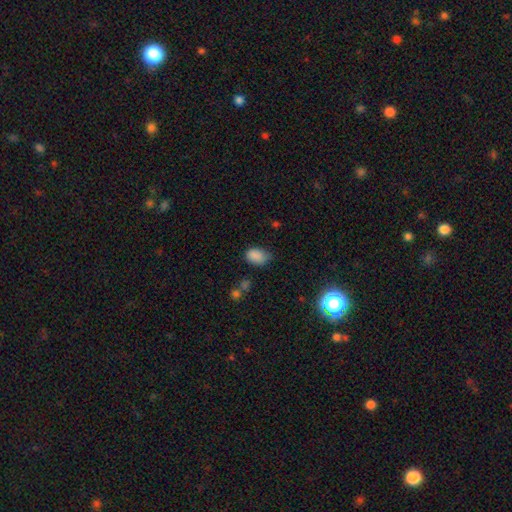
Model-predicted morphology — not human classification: smooth-or-featured: smooth: 85% | star or artifact: 10% | featured or disk: 5%
  how-rounded: in between: 81% | round: 17% | cigar-shaped: 1%
  merging: none: 56% | minor disturbance: 33% | major disturbance: 8% | merger: 3%